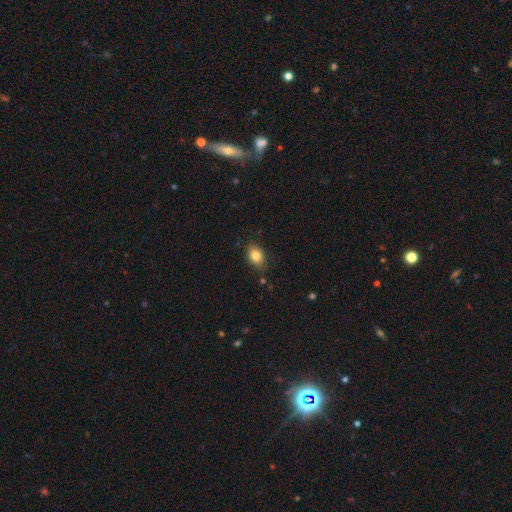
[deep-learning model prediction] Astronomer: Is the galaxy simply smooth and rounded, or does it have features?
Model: smooth — 83%.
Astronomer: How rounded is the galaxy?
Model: in between — 75%.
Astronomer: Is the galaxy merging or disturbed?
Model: none — 82%.